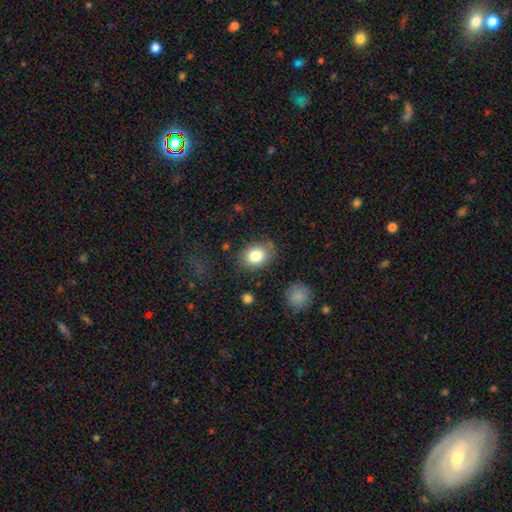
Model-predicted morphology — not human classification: type=smooth (81%); roundness=in between (57%); merging=none (78%).